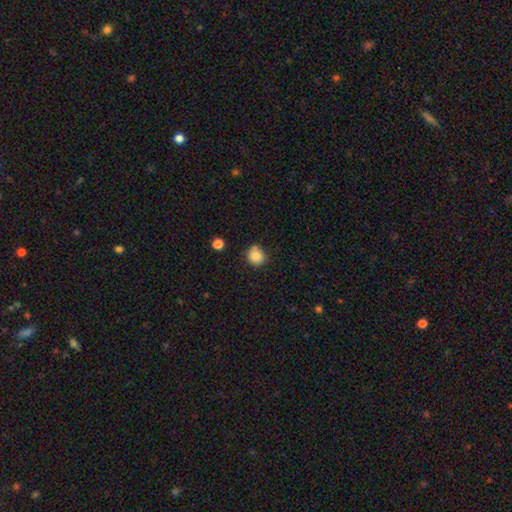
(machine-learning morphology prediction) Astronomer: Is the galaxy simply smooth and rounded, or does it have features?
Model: smooth — 85%.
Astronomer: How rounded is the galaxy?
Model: round — 87%.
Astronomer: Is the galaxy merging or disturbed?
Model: none — 75%.